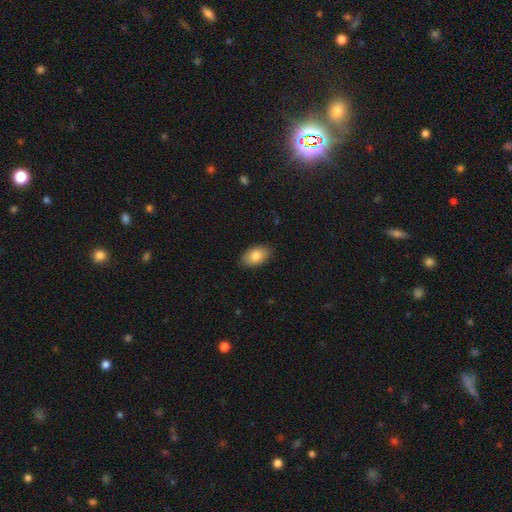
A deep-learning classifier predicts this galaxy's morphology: This appears to be a smooth galaxy with no disk features (83%) that is in between round and cigar-shaped (92%). Merging: none (86%).